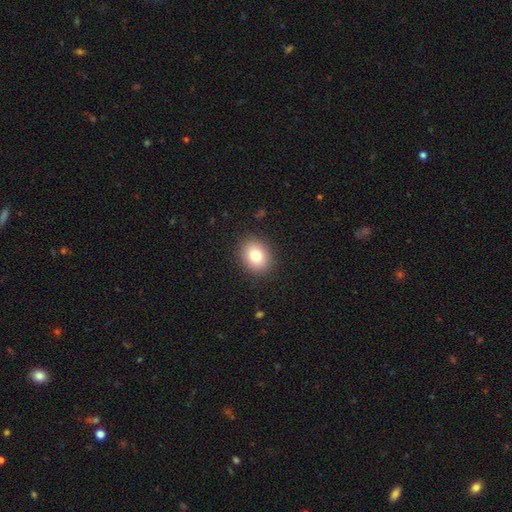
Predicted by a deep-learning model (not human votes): Q: Smooth or featured?
A: smooth (80%); runner-up: star or artifact (10%)
Q: How rounded?
A: round (52%); runner-up: in between (47%)
Q: Merging?
A: none (89%); runner-up: minor disturbance (7%)